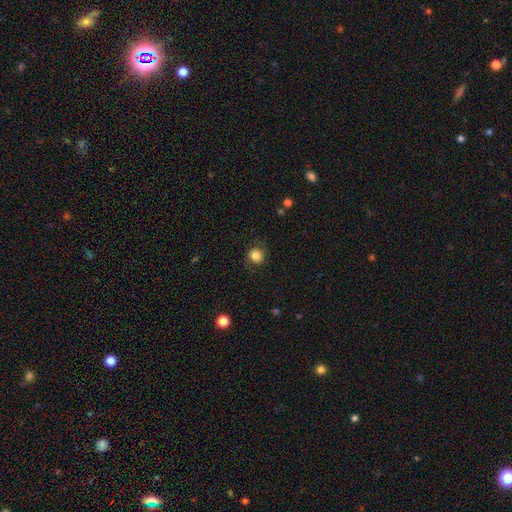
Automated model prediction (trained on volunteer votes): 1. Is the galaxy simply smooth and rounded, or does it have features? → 80% smooth, 10% featured or disk, 10% star or artifact.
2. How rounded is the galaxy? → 88% round, 11% in between, 1% cigar-shaped.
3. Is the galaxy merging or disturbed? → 79% none, 14% minor disturbance, 6% major disturbance, 1% merger.